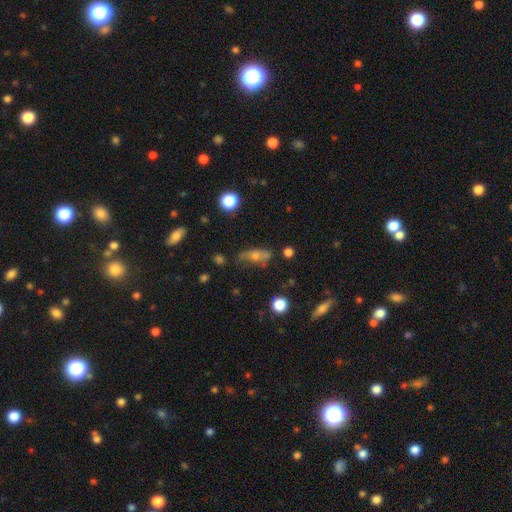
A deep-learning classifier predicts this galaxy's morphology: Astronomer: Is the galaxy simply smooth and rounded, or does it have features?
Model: smooth — 57% (runner-up: featured or disk, 32%).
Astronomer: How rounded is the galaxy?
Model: in between — 63%.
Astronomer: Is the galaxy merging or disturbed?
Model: none — 57%.